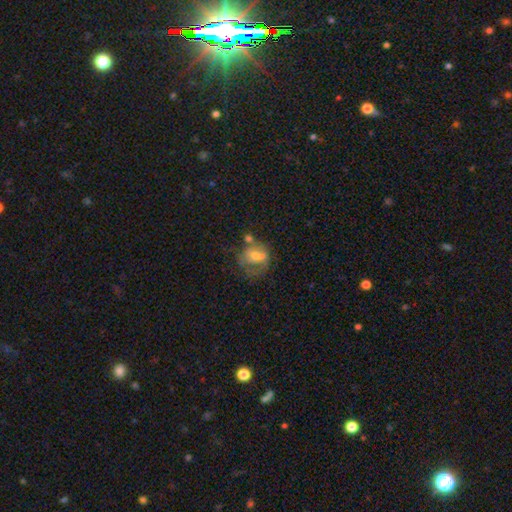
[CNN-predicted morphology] Smooth or featured? Predicted: featured or disk (p=0.49). Merging? Predicted: none (p=0.36).